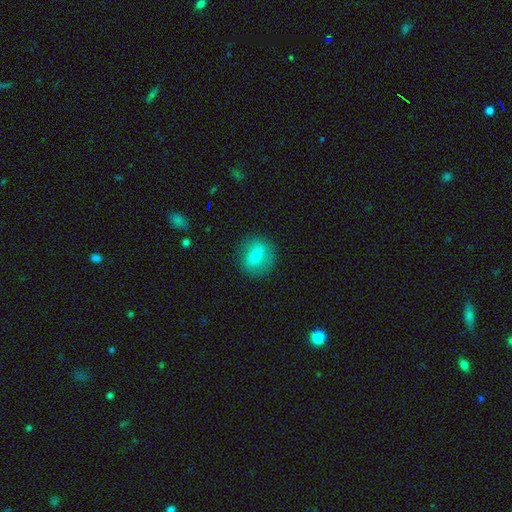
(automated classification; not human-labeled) The model was most divided on "smooth or featured": smooth: 67%, featured or disk: 24%, star or artifact: 9%. More confident: merging — none (82%); how rounded — round (81%).